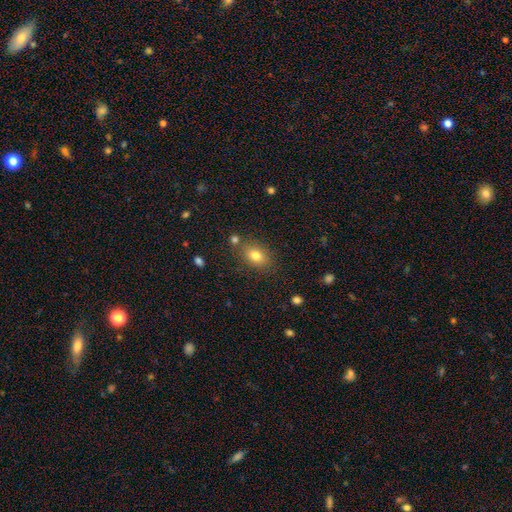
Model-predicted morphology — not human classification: type=smooth (79%); roundness=in between (74%); merging=none (77%).